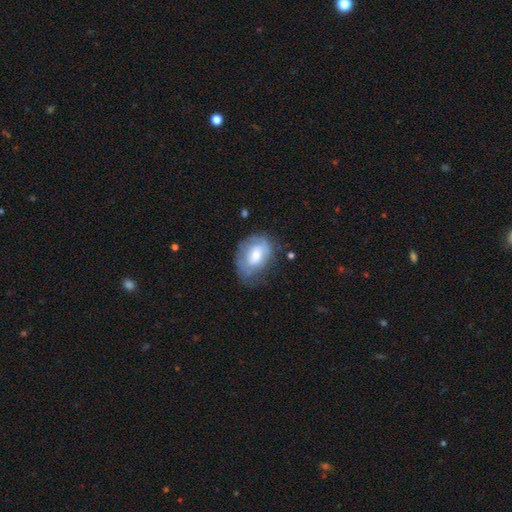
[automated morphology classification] smooth_or_featured: smooth (p=0.51) [alt: featured or disk p=0.41]
how_rounded: in between (p=0.74) [alt: round p=0.24]
merging: none (p=0.53) [alt: minor disturbance p=0.30]